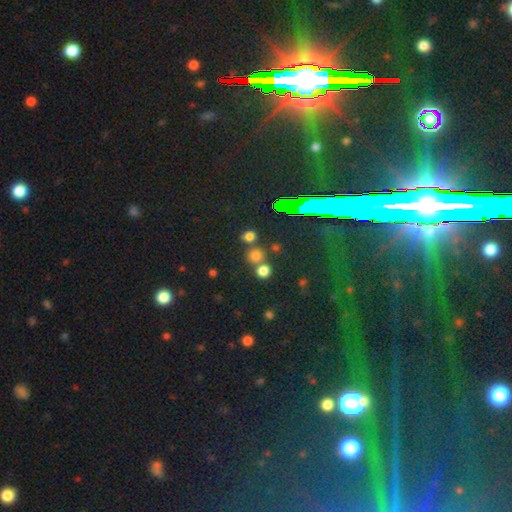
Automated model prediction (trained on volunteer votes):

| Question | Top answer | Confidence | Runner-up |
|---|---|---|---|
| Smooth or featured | smooth | 71% | star or artifact (23%) |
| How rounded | round | 89% | in between (10%) |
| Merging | none | 68% | merger (23%) |